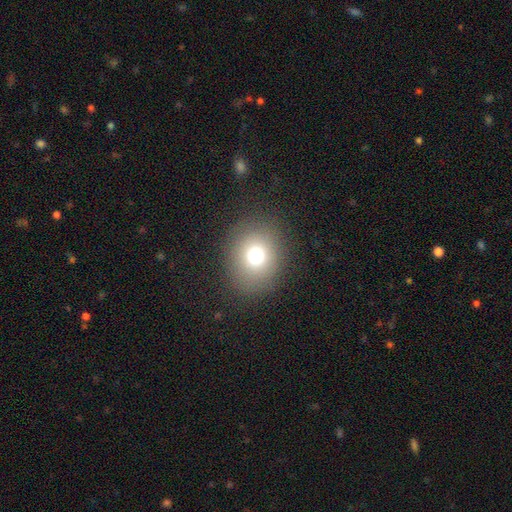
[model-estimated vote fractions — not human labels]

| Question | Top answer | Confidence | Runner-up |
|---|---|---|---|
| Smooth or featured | smooth | 72% | star or artifact (17%) |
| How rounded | round | 72% | in between (27%) |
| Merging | none | 86% | minor disturbance (8%) |